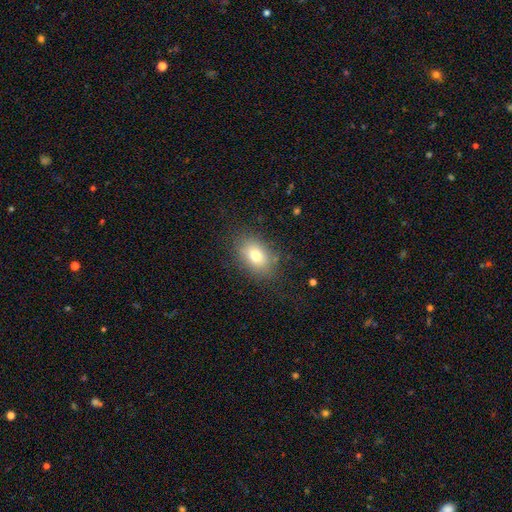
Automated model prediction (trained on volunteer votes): Smooth or featured: smooth — 76% (featured or disk — 13%)
How rounded: in between — 80% (round — 19%)
Merging: none — 81% (minor disturbance — 13%)